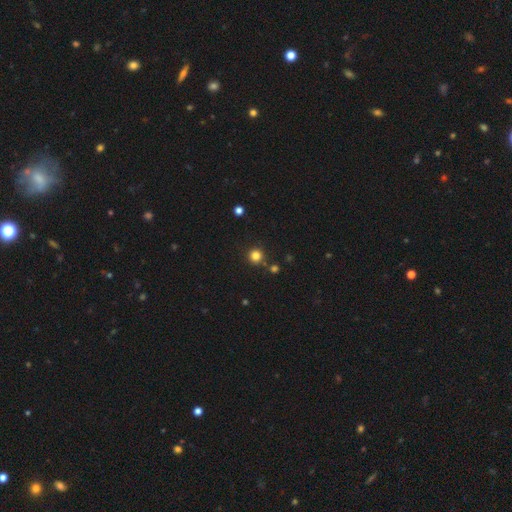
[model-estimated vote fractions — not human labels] Smooth or featured? smooth (81%)
How rounded? round (95%)
Merging? none (85%)